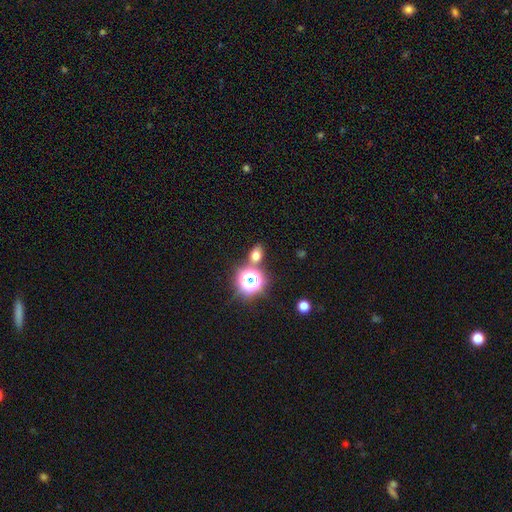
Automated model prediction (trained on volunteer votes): Smooth or featured: smooth — 67% (star or artifact — 24%)
How rounded: in between — 62% (round — 36%)
Merging: none — 75% (merger — 12%)